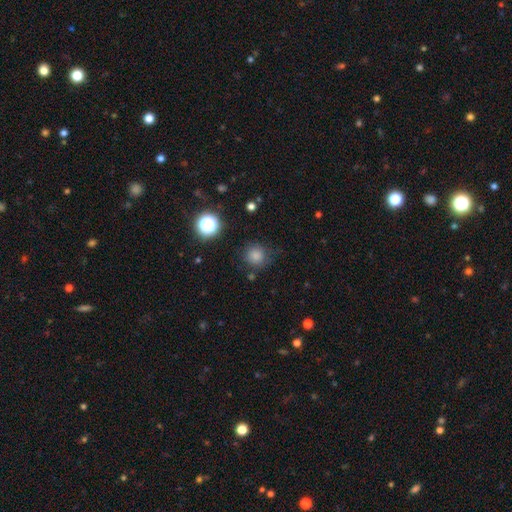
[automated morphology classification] smooth-or-featured: smooth: 80% | star or artifact: 15% | featured or disk: 5%
  how-rounded: round: 92% | in between: 7% | cigar-shaped: 1%
  merging: none: 78% | minor disturbance: 14% | major disturbance: 5% | merger: 2%